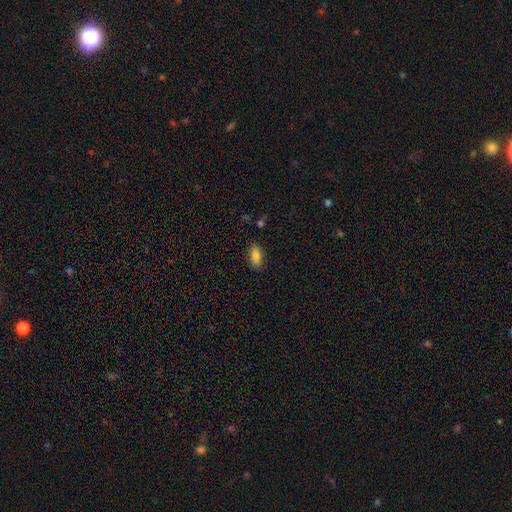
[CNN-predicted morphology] Smooth or featured?
  - smooth: 84% *
  - star or artifact: 9%
  - featured or disk: 7%
How rounded?
  - in between: 90% *
  - cigar-shaped: 6%
  - round: 4%
Merging?
  - none: 85% *
  - minor disturbance: 11%
  - major disturbance: 3%
  - merger: 2%